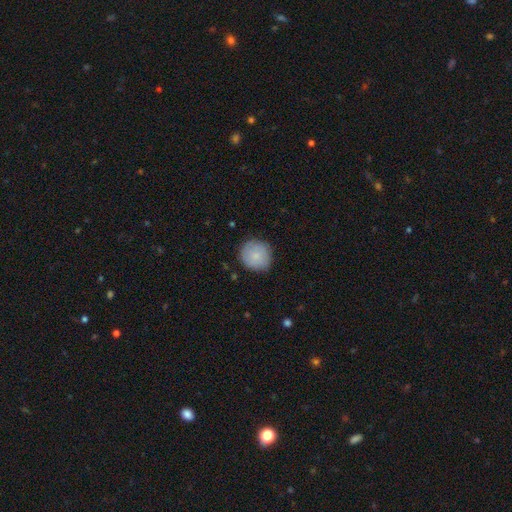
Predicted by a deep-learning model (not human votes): smooth-or-featured: smooth: 82% | featured or disk: 11% | star or artifact: 7%
  how-rounded: round: 93% | in between: 6% | cigar-shaped: 1%
  merging: none: 84% | minor disturbance: 12% | major disturbance: 3% | merger: 1%